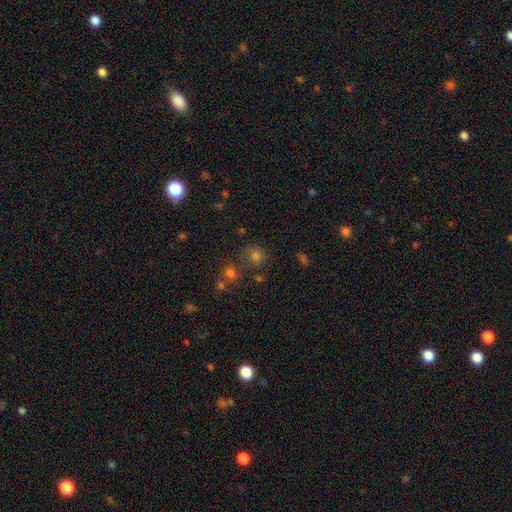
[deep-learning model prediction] This is likely a smooth galaxy (68%). How rounded: clearly round (88%). Merging: likely none (70%).